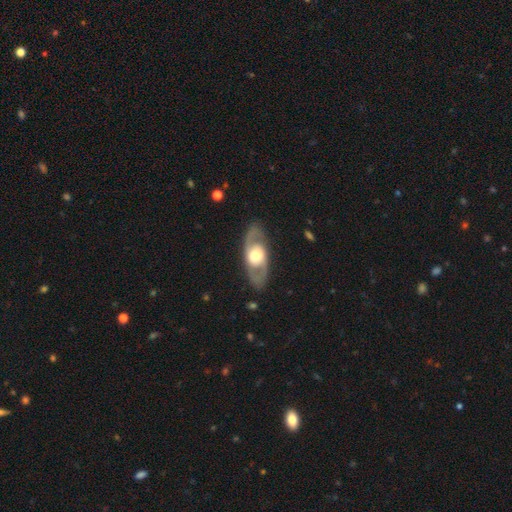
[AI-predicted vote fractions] This is likely a featured or disk galaxy (72%). It is clearly not viewed edge-on (84%). Bar: likely no (74%). Spiral arm pattern: likely yes (60%). Central bulge: marginally moderate (45%). Merging: clearly none (85%).